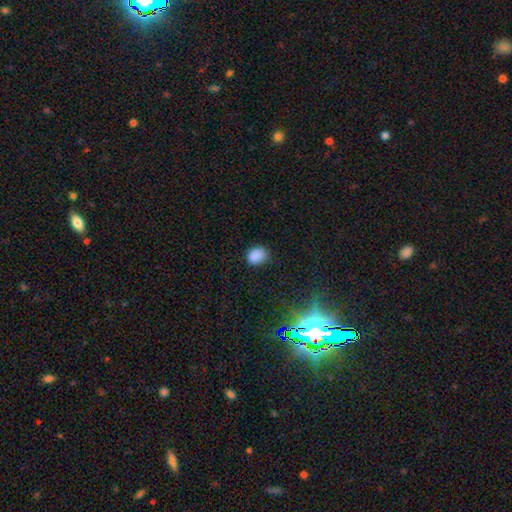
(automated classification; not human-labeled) smooth-or-featured: smooth: 84% | star or artifact: 12% | featured or disk: 4%
  how-rounded: in between: 61% | round: 38% | cigar-shaped: 1%
  merging: none: 72% | minor disturbance: 22% | major disturbance: 5% | merger: 2%